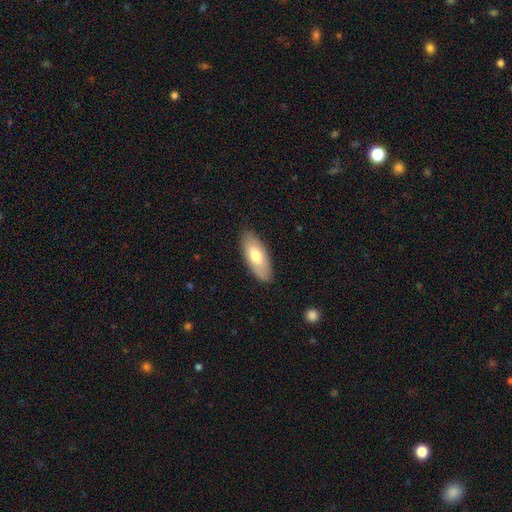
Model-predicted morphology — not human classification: This is likely a smooth galaxy (70%). How rounded: clearly in between (83%). Merging: clearly none (87%).